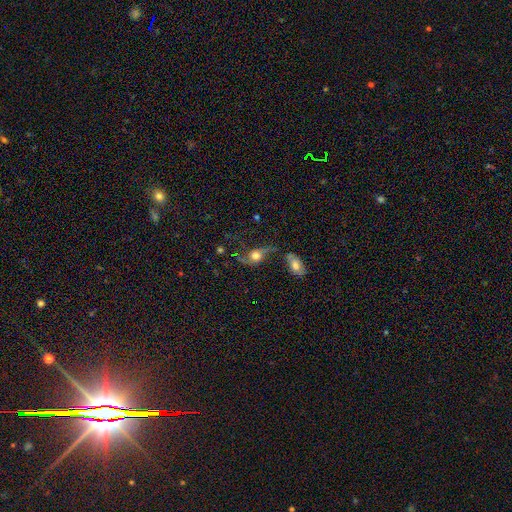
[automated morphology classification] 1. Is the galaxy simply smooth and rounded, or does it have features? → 64% featured or disk, 25% smooth, 11% star or artifact.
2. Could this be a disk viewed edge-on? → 88% no, 12% yes.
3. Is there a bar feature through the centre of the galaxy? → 75% no, 19% weak, 6% strong.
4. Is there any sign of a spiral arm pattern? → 84% yes, 16% no.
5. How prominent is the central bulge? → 46% moderate, 35% large, 9% small, 7% dominant, 3% none.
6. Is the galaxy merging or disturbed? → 41% none, 24% major disturbance, 18% minor disturbance, 18% merger.